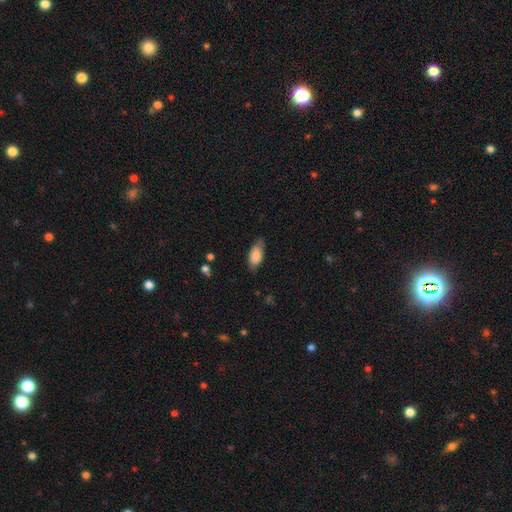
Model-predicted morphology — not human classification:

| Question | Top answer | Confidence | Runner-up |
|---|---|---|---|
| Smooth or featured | smooth | 83% | featured or disk (11%) |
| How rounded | in between | 89% | cigar-shaped (8%) |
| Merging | none | 69% | minor disturbance (24%) |